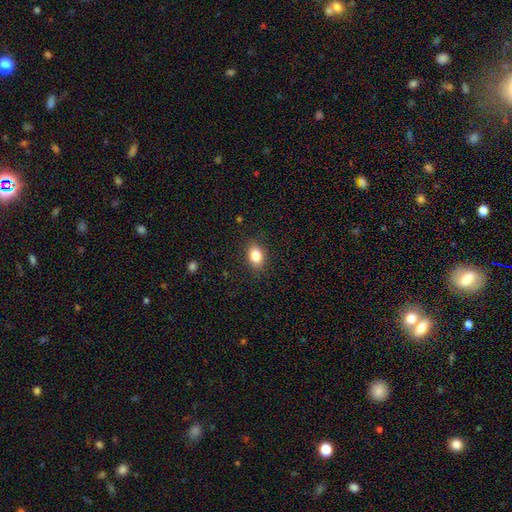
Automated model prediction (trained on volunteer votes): Overall: smooth (83%). How rounded: in between (77%). Merging: none (86%).